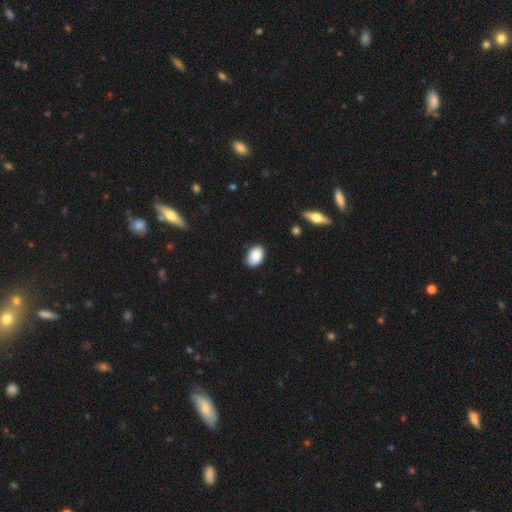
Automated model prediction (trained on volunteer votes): smooth-or-featured: smooth: 87% | star or artifact: 7% | featured or disk: 6%
  how-rounded: in between: 89% | round: 10% | cigar-shaped: 1%
  merging: none: 80% | minor disturbance: 16% | major disturbance: 2% | merger: 1%